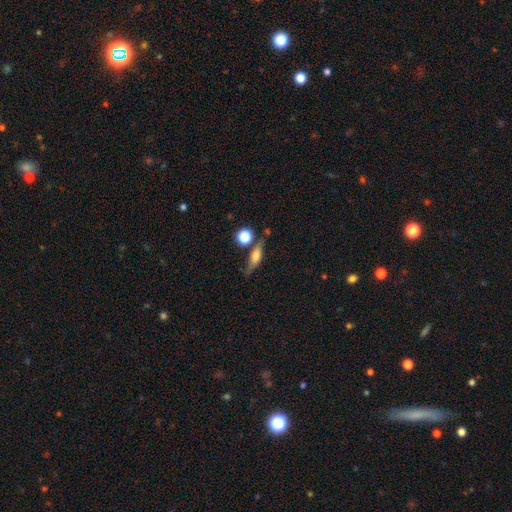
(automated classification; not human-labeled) The model was most divided on "smooth or featured": smooth: 48%, featured or disk: 42%, star or artifact: 10%. More confident: merging — none (67%).